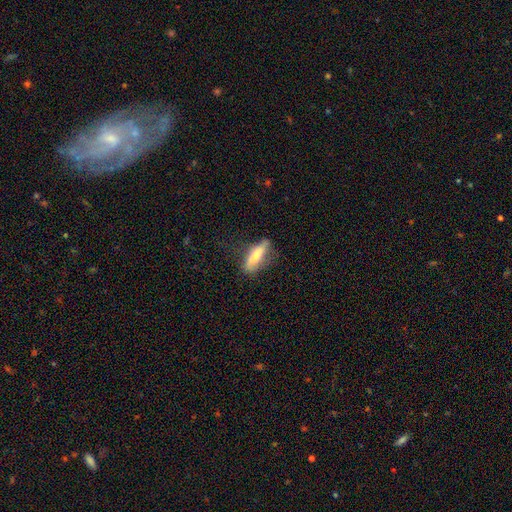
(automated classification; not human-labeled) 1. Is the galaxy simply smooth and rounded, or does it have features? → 60% smooth, 34% featured or disk, 6% star or artifact.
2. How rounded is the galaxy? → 60% cigar-shaped, 38% in between, 2% round.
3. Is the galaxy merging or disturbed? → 65% none, 24% minor disturbance, 9% major disturbance, 2% merger.